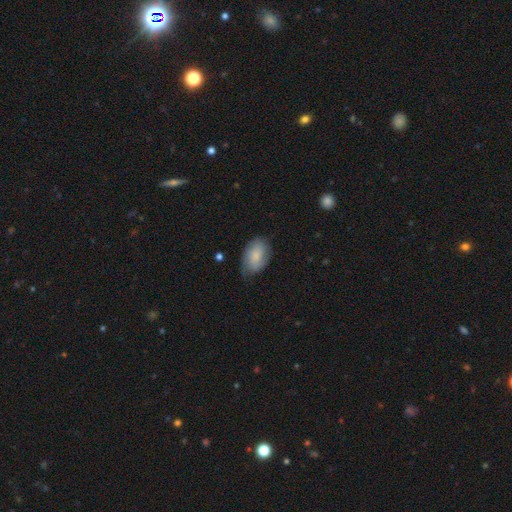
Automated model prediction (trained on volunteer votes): Smooth or featured: smooth — 76% (featured or disk — 18%)
How rounded: in between — 91% (round — 7%)
Merging: none — 65% (minor disturbance — 28%)